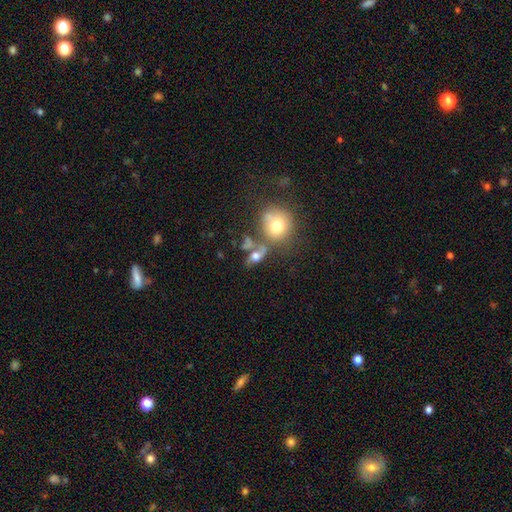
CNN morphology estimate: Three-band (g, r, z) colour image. It shows a smooth galaxy with no disk features (55%) that is in between round and cigar-shaped (61%). Merging: none (42%).